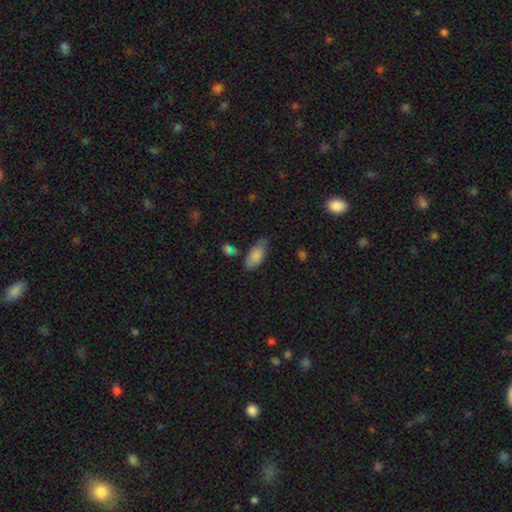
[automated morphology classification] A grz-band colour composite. It shows a smooth galaxy with no disk features (82%) that is in between round and cigar-shaped (90%). Merging: none (59%).